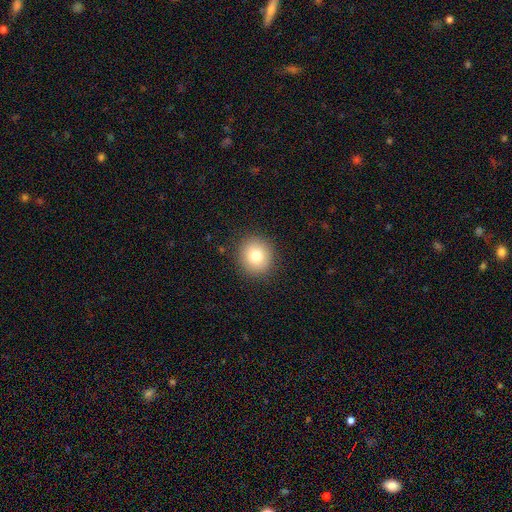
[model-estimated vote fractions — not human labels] Q: Smooth or featured?
A: smooth (80%); runner-up: star or artifact (10%)
Q: How rounded?
A: round (87%); runner-up: in between (12%)
Q: Merging?
A: none (90%); runner-up: minor disturbance (7%)